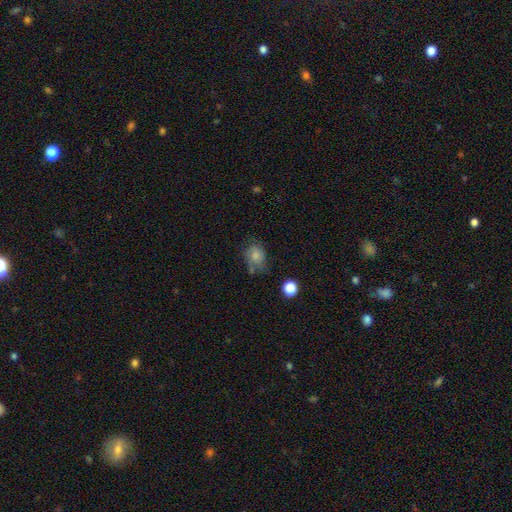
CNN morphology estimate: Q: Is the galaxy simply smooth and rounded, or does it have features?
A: smooth — 74%.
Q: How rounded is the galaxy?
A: in between — 57%.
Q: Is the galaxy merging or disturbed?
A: none — 52%.